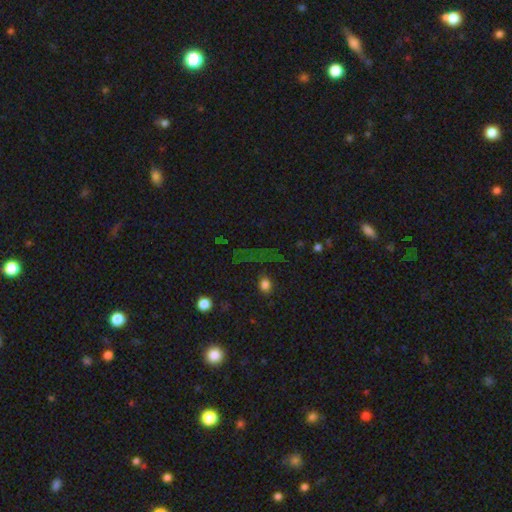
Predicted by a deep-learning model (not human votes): This is likely a star or artifact rather than a galaxy (61%).